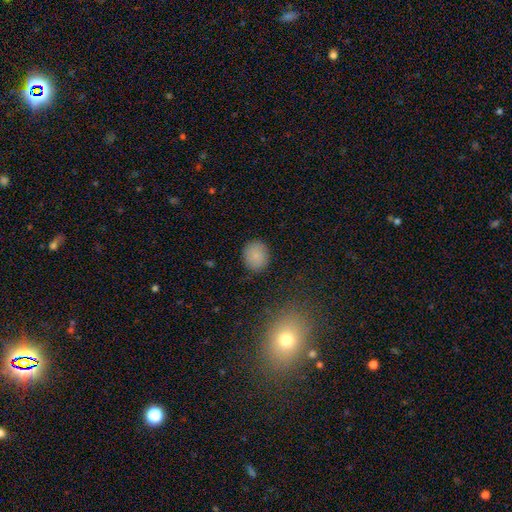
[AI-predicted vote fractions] smooth_or_featured: smooth (p=0.86) [alt: star or artifact p=0.09]
how_rounded: round (p=0.75) [alt: in between p=0.24]
merging: none (p=0.88) [alt: minor disturbance p=0.09]